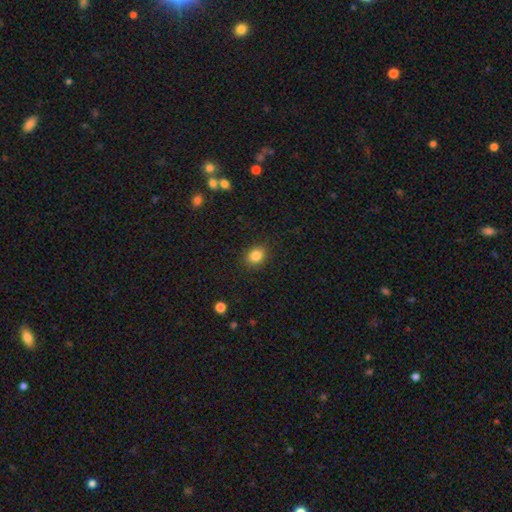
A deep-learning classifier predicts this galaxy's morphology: Smooth or featured? Predicted: smooth (p=0.85). How rounded? Predicted: in between (p=0.51). Merging? Predicted: none (p=0.88).